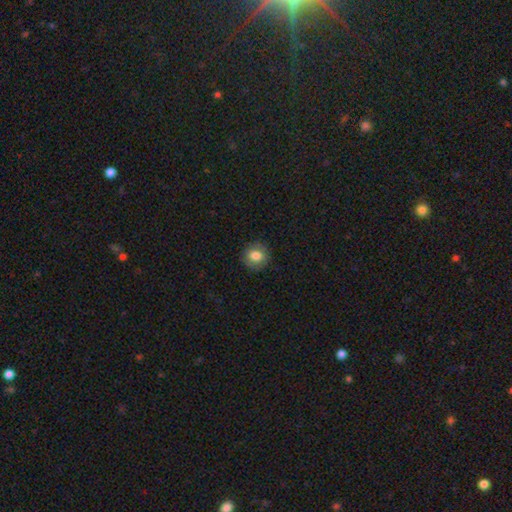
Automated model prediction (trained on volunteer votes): smooth_or_featured: smooth (p=0.81) [alt: featured or disk p=0.10]
how_rounded: round (p=0.89) [alt: in between p=0.10]
merging: none (p=0.87) [alt: minor disturbance p=0.09]